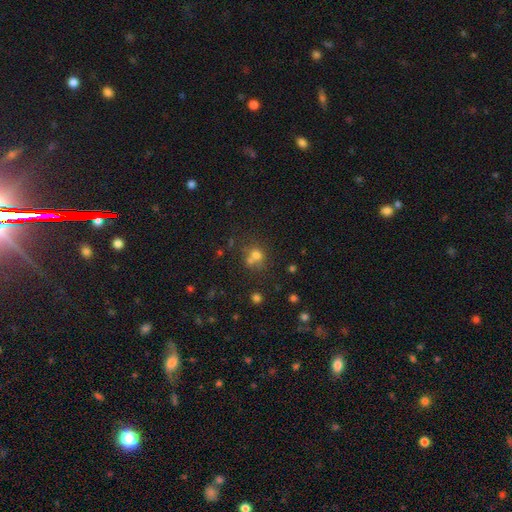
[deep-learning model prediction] Smooth or featured? smooth (67%)
How rounded? round (78%)
Merging? none (45%)